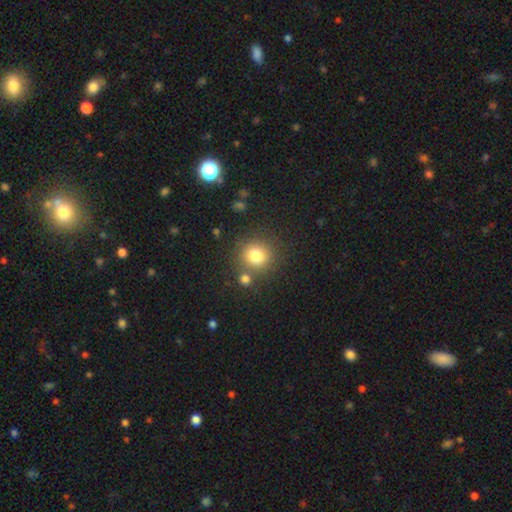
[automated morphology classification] Smooth or featured?
  - smooth: 79% *
  - star or artifact: 12%
  - featured or disk: 8%
How rounded?
  - round: 89% *
  - in between: 11%
  - cigar-shaped: 1%
Merging?
  - none: 76% *
  - merger: 12%
  - minor disturbance: 9%
  - major disturbance: 3%